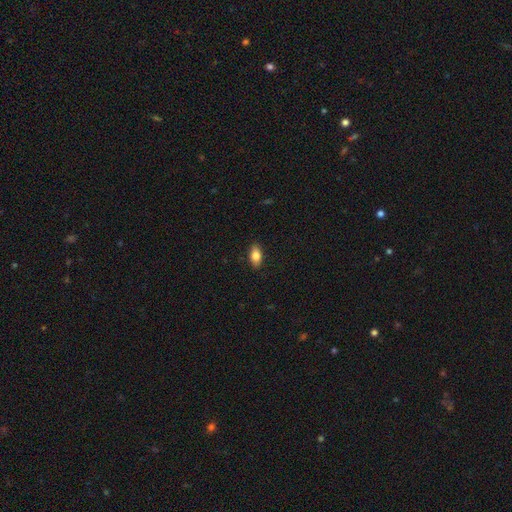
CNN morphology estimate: smooth-or-featured: smooth: 78% | featured or disk: 15% | star or artifact: 7%
  how-rounded: in between: 87% | cigar-shaped: 8% | round: 5%
  merging: none: 89% | minor disturbance: 9% | major disturbance: 2% | merger: 1%